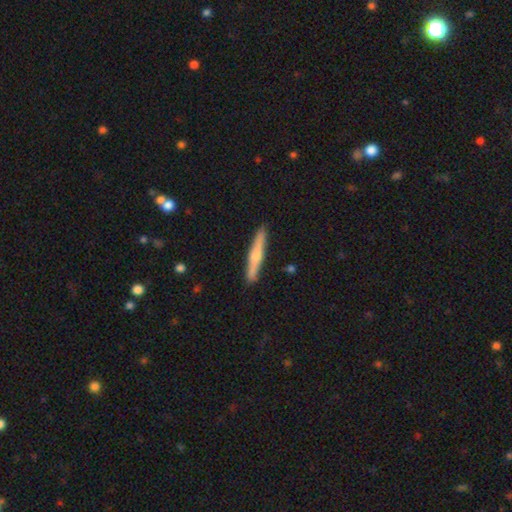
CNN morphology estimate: Q: Smooth or featured?
A: smooth (50%); runner-up: featured or disk (45%)
Q: Merging?
A: none (90%); runner-up: minor disturbance (8%)